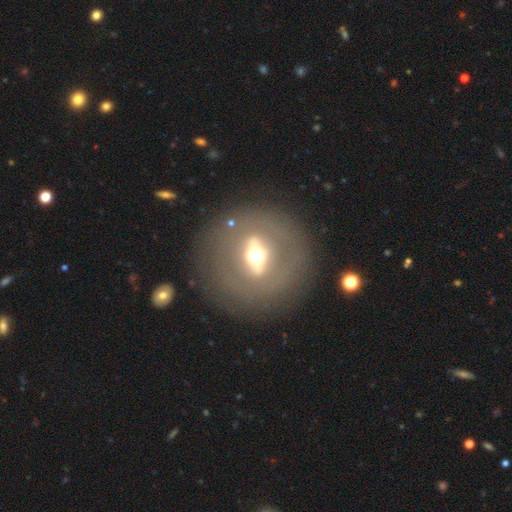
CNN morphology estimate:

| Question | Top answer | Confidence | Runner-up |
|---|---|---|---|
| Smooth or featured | featured or disk | 66% | smooth (23%) |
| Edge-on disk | no | 59% | yes (41%) |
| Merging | none | 84% | minor disturbance (9%) |